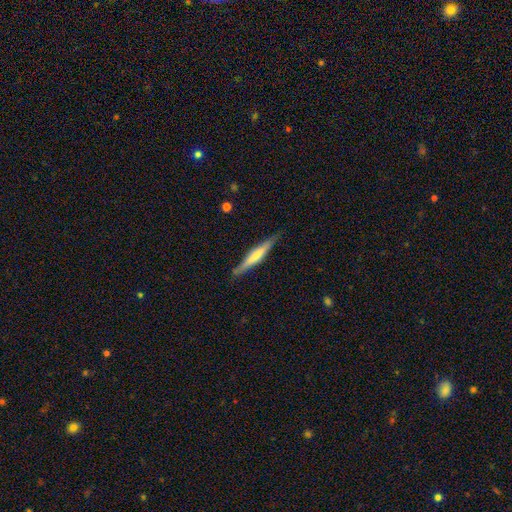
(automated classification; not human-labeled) This appears to be a smooth galaxy with no disk features (50%). Merging: none (85%).